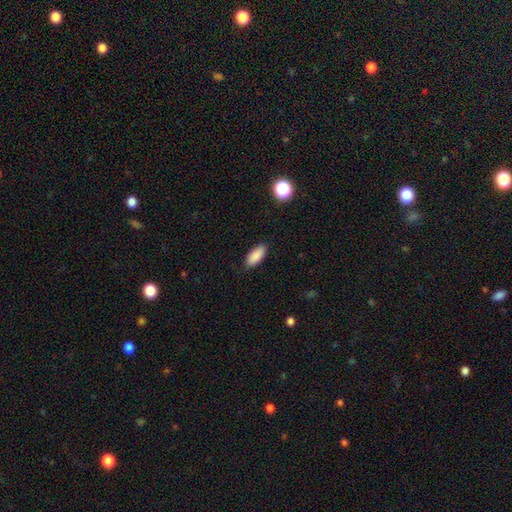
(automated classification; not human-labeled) Morphology: type=smooth (88%); roundness=in between (83%); merging=none (86%).